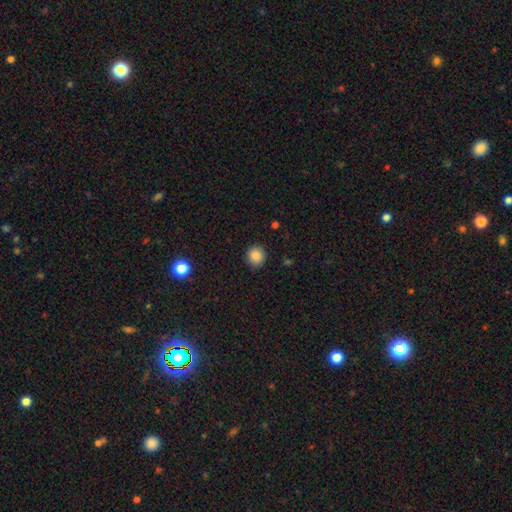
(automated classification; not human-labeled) Overall: smooth (87%). How rounded: round (91%). Merging: none (91%).